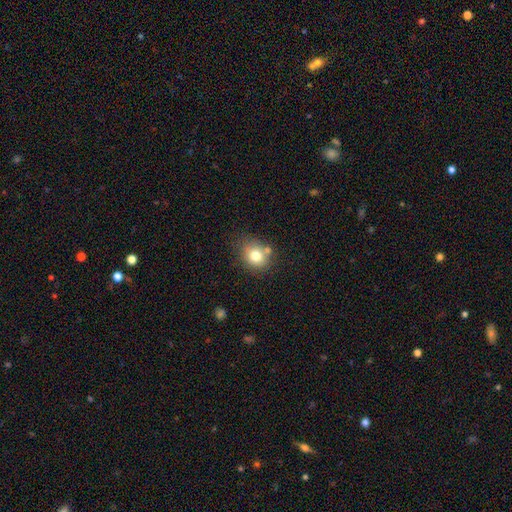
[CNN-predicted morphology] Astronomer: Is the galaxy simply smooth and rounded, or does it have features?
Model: smooth — 77%.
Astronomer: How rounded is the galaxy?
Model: round — 66%.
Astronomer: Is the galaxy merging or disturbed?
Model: none — 64%.